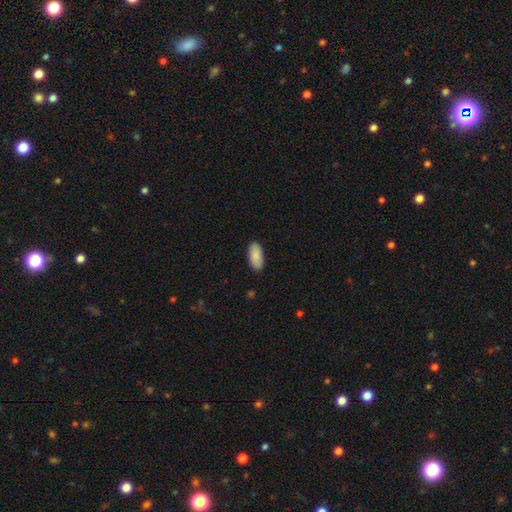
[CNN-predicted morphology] Overall: smooth (88%). How rounded: in between (92%). Merging: none (88%).